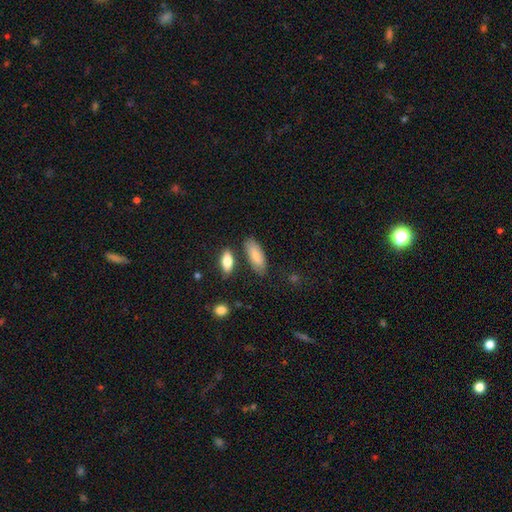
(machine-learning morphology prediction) A smooth galaxy with no disk features (82%) that is in between round and cigar-shaped (77%).

Vote fractions:
- Smooth or featured? smooth: 82% / featured or disk: 12% / star or artifact: 6%
- How rounded? in between: 77% / cigar-shaped: 21% / round: 2%
- Merging? none: 76% / minor disturbance: 15% / merger: 5% / major disturbance: 3%